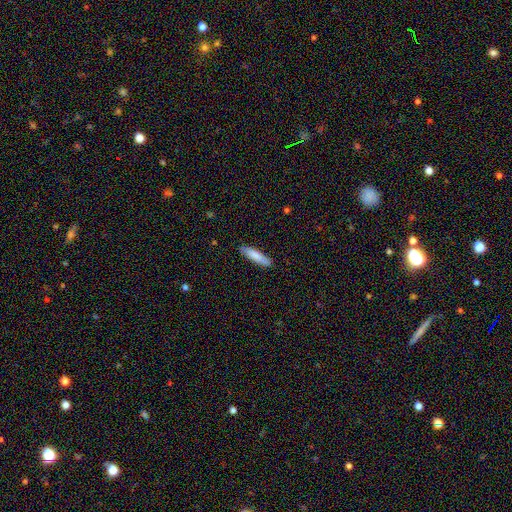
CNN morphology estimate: Q: Smooth or featured?
A: smooth (82%); runner-up: featured or disk (12%)
Q: How rounded?
A: cigar-shaped (80%); runner-up: in between (18%)
Q: Merging?
A: none (87%); runner-up: minor disturbance (10%)